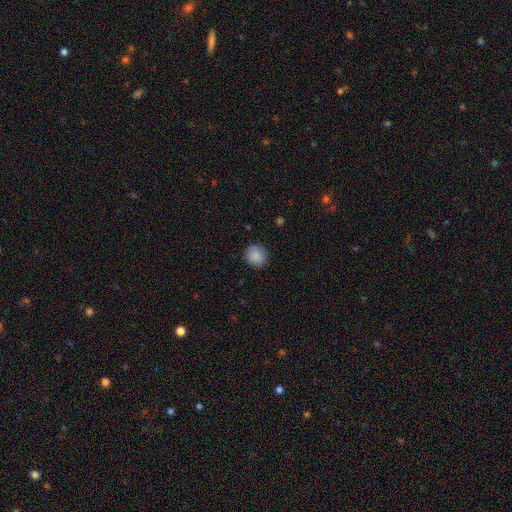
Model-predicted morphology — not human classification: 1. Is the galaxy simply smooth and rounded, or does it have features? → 88% smooth, 8% star or artifact, 3% featured or disk.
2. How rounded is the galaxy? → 92% round, 7% in between, 1% cigar-shaped.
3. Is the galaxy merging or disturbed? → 90% none, 7% minor disturbance, 2% major disturbance, 1% merger.